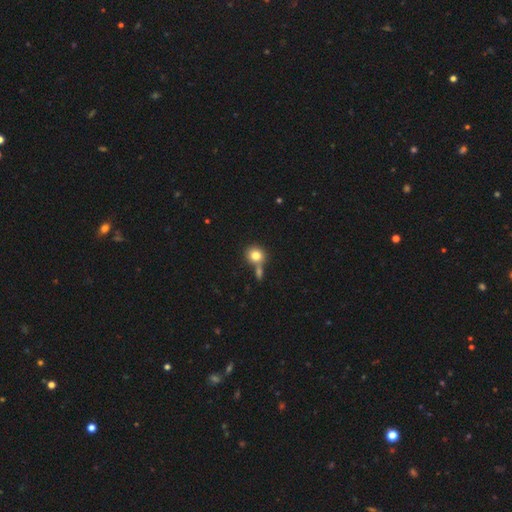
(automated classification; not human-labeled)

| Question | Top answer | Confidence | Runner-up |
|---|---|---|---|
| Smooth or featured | smooth | 81% | star or artifact (10%) |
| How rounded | round | 84% | in between (15%) |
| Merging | none | 55% | merger (30%) |